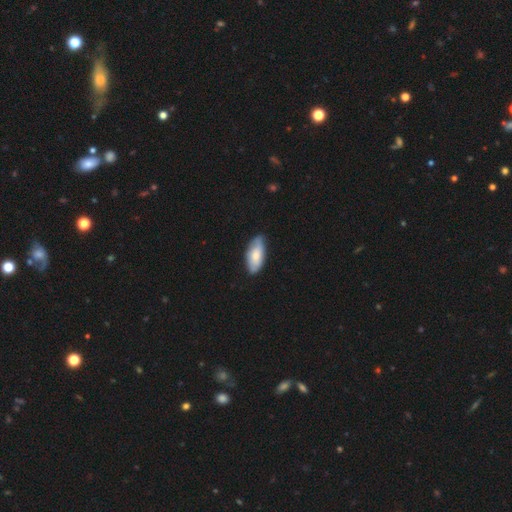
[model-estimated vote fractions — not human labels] This appears to be a smooth galaxy with no disk features (70%) that is in between round and cigar-shaped (89%). Merging: none (76%).